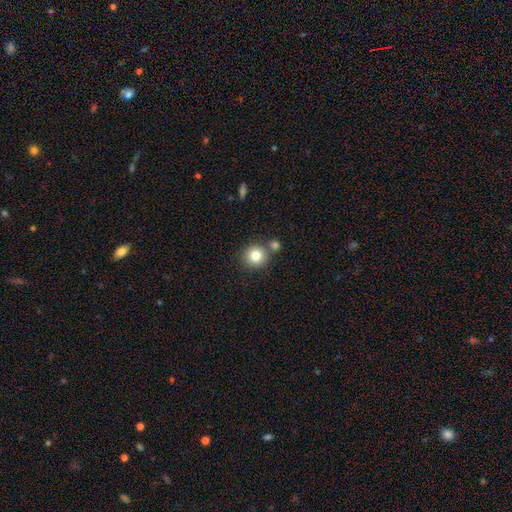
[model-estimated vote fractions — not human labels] This is clearly a smooth galaxy (81%). How rounded: clearly round (93%). Merging: likely none (74%).